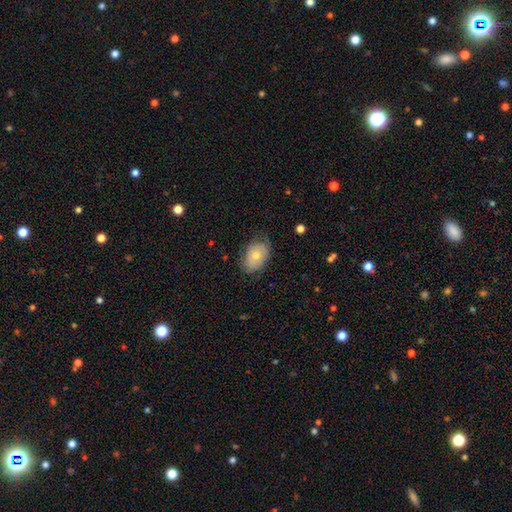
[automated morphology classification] Overall: smooth (63%; featured or disk 30%). How rounded: in between (81%). Merging: none (61%; minor disturbance 28%).